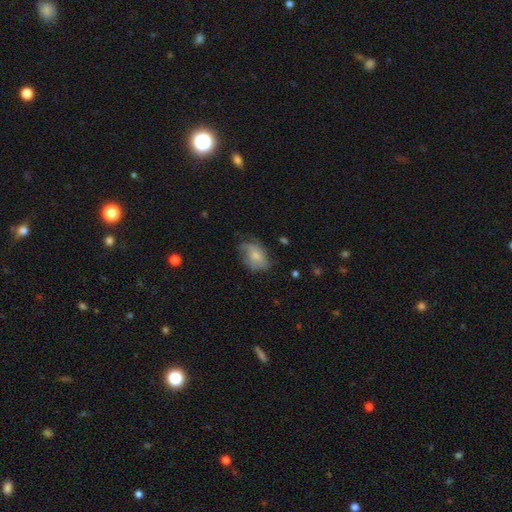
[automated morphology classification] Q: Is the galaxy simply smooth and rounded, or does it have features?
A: smooth — 56%.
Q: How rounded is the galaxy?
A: in between — 80%.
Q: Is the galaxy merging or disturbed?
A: none — 48%.